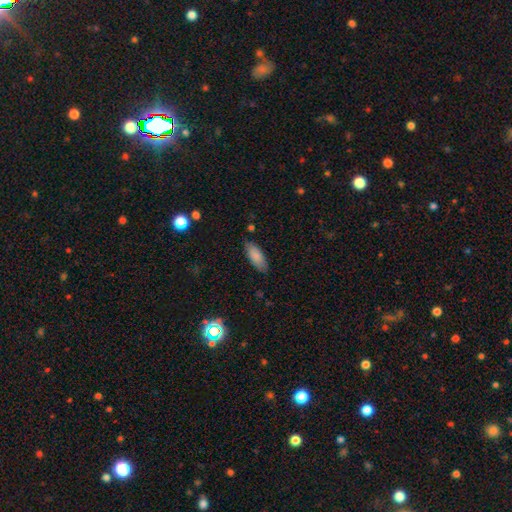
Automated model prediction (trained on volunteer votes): A smooth galaxy with no disk features (85%) that is in between round and cigar-shaped (75%).

Vote fractions:
- Smooth or featured? smooth: 85% / featured or disk: 8% / star or artifact: 6%
- How rounded? in between: 75% / cigar-shaped: 23% / round: 2%
- Merging? none: 83% / minor disturbance: 13% / major disturbance: 3% / merger: 1%